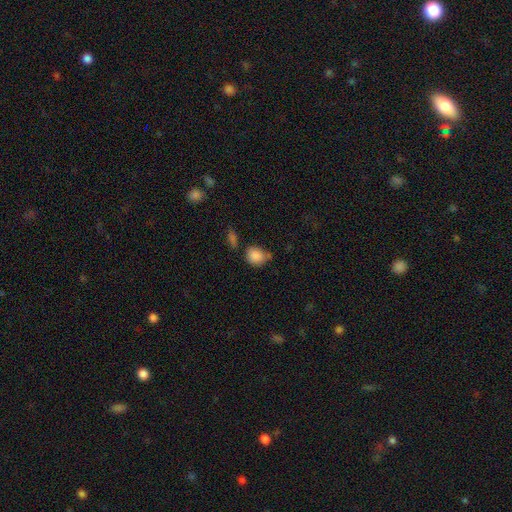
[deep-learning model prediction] Morphology: type=smooth (86%); roundness=round (59%); merging=none (54%).